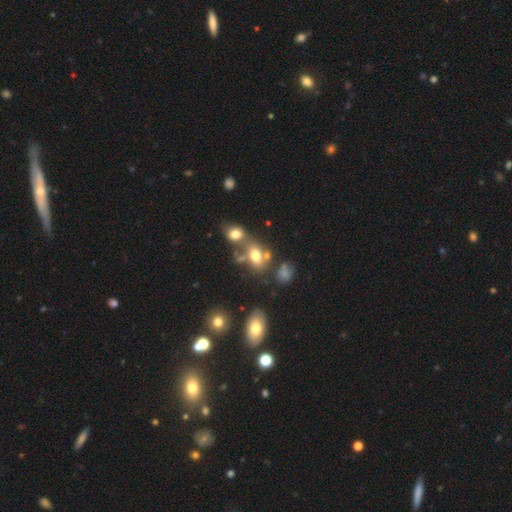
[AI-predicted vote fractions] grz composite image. It shows a smooth galaxy with no disk features (68%) that is in between round and cigar-shaped (78%). Merging: merger (42%).